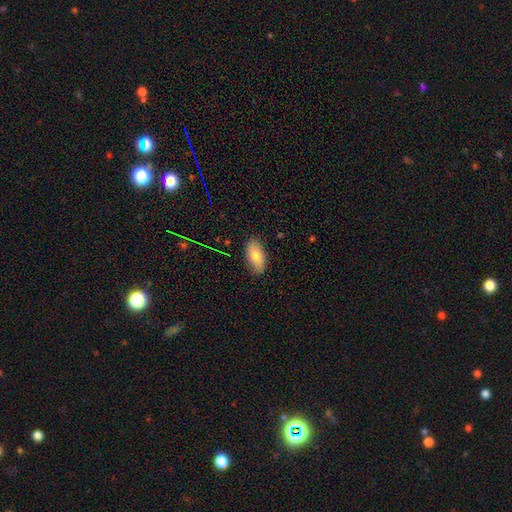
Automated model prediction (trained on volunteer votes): Overall: smooth (77%). How rounded: in between (92%). Merging: none (85%).